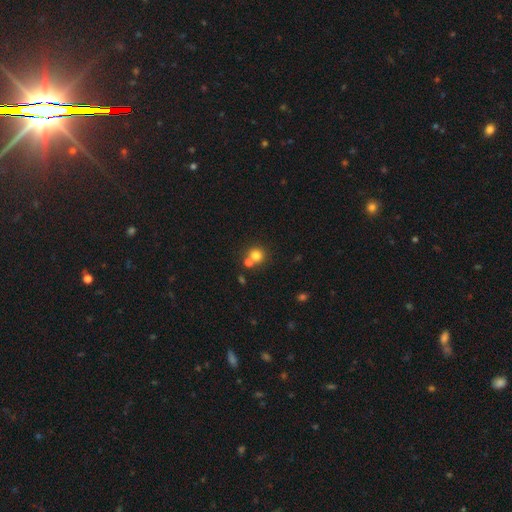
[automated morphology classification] A smooth galaxy with no disk features (77%) that is round (88%). Merging: none (57%).